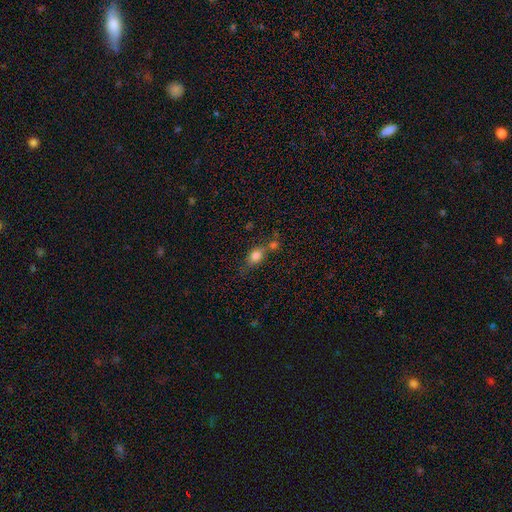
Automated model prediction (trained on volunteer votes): Overall: smooth (79%). How rounded: in between (61%; round 34%). Merging: none (45%; merger 34%).